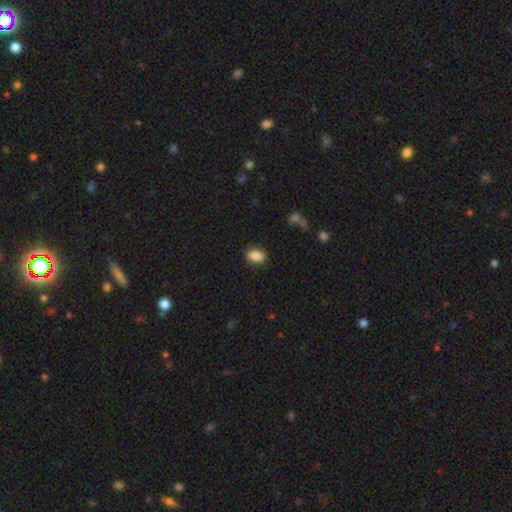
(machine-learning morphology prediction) This appears to be a smooth galaxy with no disk features (85%) that is in between round and cigar-shaped (77%). Merging: none (78%).